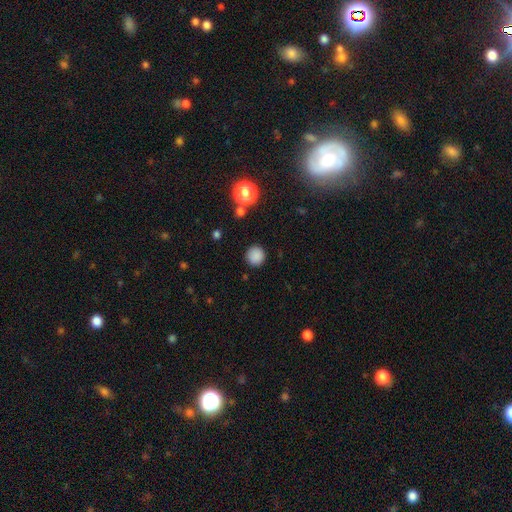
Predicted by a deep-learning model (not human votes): Smooth or featured?
  - smooth: 86% *
  - star or artifact: 11%
  - featured or disk: 3%
How rounded?
  - round: 93% *
  - in between: 6%
  - cigar-shaped: 1%
Merging?
  - none: 89% *
  - minor disturbance: 7%
  - major disturbance: 2%
  - merger: 2%